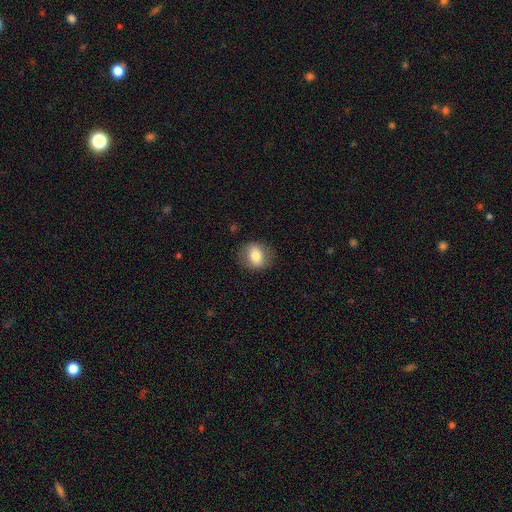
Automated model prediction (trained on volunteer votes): Smooth or featured? Predicted: smooth (p=0.75). How rounded? Predicted: round (p=0.49, tied with in between). Merging? Predicted: none (p=0.81).